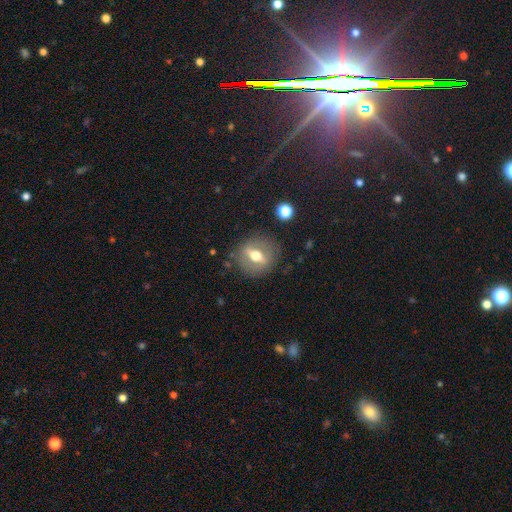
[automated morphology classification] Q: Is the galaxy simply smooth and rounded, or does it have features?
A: featured or disk — 55%.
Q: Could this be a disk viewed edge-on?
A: no — 67%.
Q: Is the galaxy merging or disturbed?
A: none — 82%.